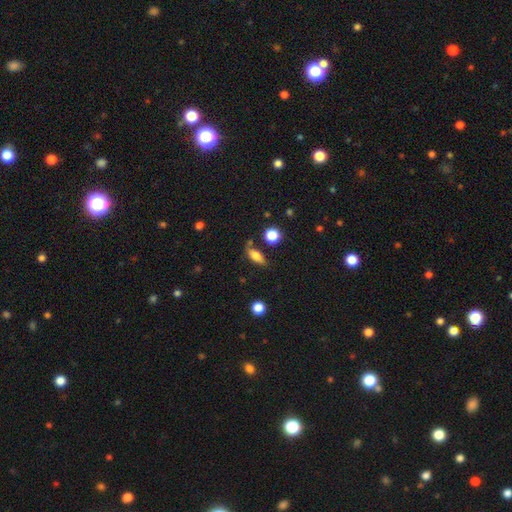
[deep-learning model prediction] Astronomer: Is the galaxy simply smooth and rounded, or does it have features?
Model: smooth — 69%.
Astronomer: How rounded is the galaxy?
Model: in between — 69%.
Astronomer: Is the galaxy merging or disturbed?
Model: none — 67%.